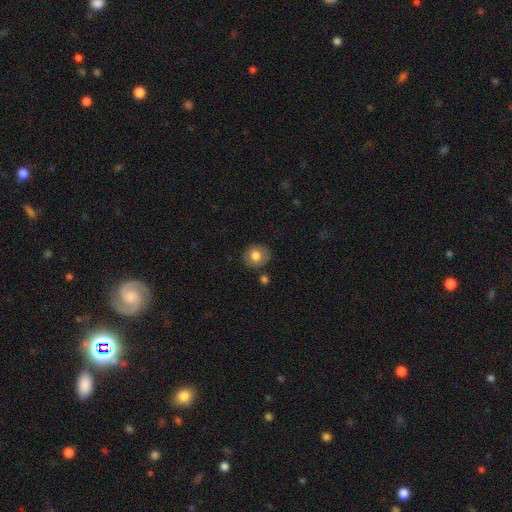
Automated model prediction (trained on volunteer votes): smooth_or_featured: smooth (p=0.79) [alt: featured or disk p=0.13]
how_rounded: round (p=0.78) [alt: in between p=0.21]
merging: none (p=0.84) [alt: minor disturbance p=0.10]